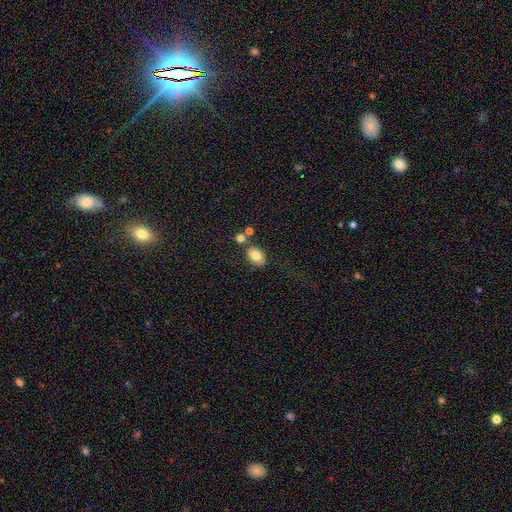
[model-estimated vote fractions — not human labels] This appears to be a smooth galaxy with no disk features (79%) that is in between round and cigar-shaped (80%). Merging: none (68%).